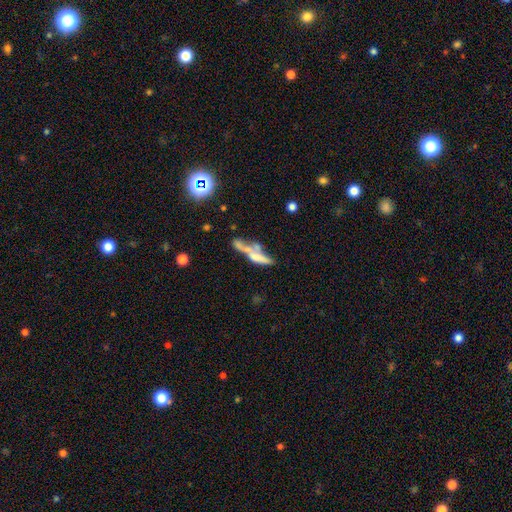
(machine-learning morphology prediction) smooth-or-featured: featured or disk: 47% | smooth: 43% | star or artifact: 10%
  merging: merger: 42% | none: 28% | major disturbance: 15% | minor disturbance: 14%